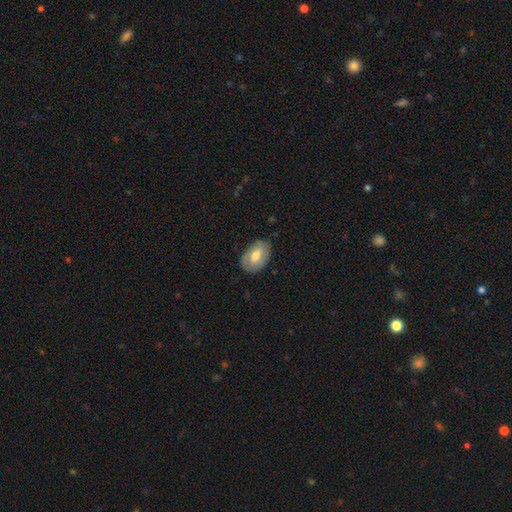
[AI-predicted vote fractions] Overall: smooth (54%; featured or disk 40%). How rounded: in between (88%). Merging: none (80%).